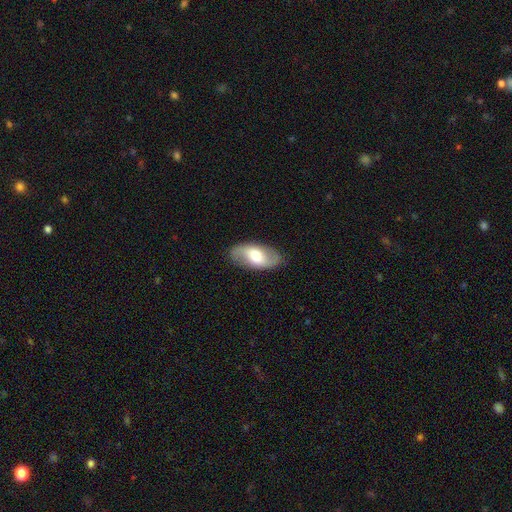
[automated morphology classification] smooth-or-featured: featured or disk: 53% | smooth: 41% | star or artifact: 6%
  disk-edge-on: no: 90% | yes: 10%
  merging: none: 85% | minor disturbance: 11% | major disturbance: 3% | merger: 1%